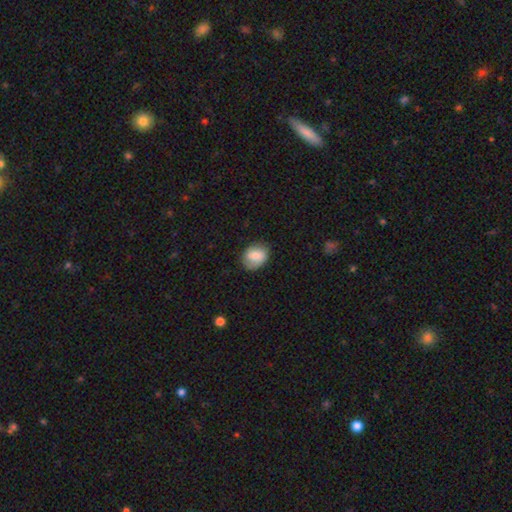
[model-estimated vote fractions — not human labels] Smooth or featured?
  - smooth: 70% *
  - featured or disk: 23%
  - star or artifact: 8%
How rounded?
  - round: 50% *
  - in between: 49%
  - cigar-shaped: 1%
Merging?
  - none: 75% *
  - minor disturbance: 19%
  - major disturbance: 5%
  - merger: 1%